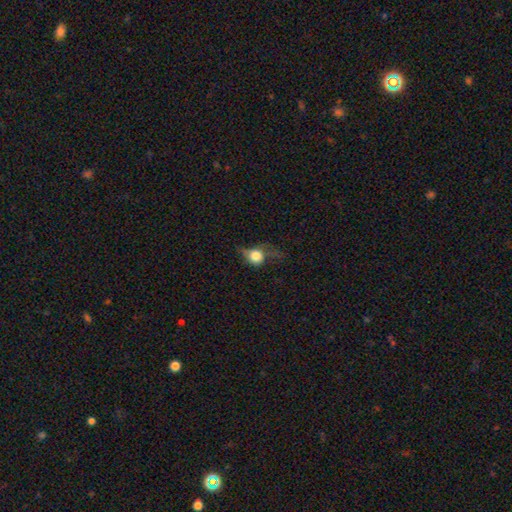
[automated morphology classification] Smooth or featured?
  - smooth: 64% *
  - featured or disk: 23%
  - star or artifact: 13%
How rounded?
  - round: 74% *
  - in between: 24%
  - cigar-shaped: 3%
Merging?
  - none: 37% *
  - major disturbance: 34%
  - minor disturbance: 26%
  - merger: 3%